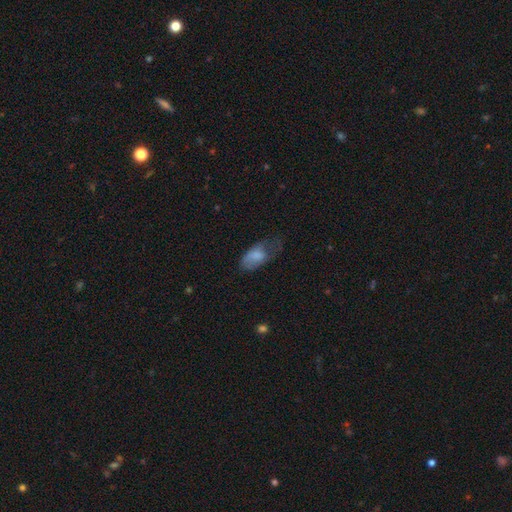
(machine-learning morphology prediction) This is likely a smooth galaxy (73%). How rounded: clearly in between (92%). Merging: marginally major disturbance (39%).